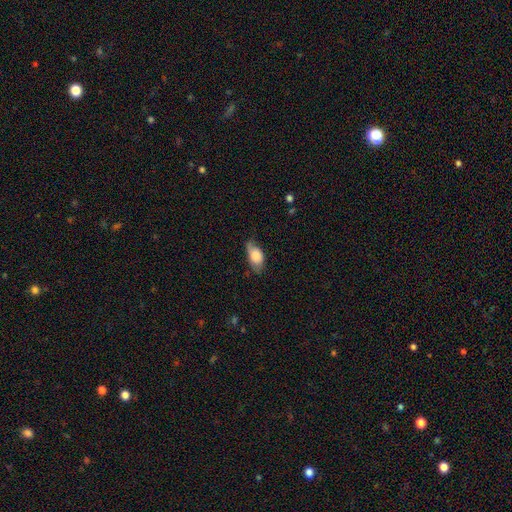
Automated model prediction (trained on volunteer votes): A smooth galaxy with no disk features (75%) that is in between round and cigar-shaped (90%). Merging: none (52%).